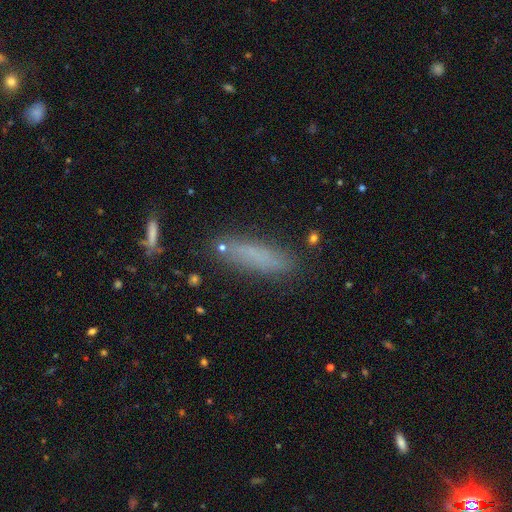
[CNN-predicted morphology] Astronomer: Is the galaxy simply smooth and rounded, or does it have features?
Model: smooth — 72%.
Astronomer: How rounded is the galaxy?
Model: cigar-shaped — 73%.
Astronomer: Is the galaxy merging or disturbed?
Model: none — 77%.